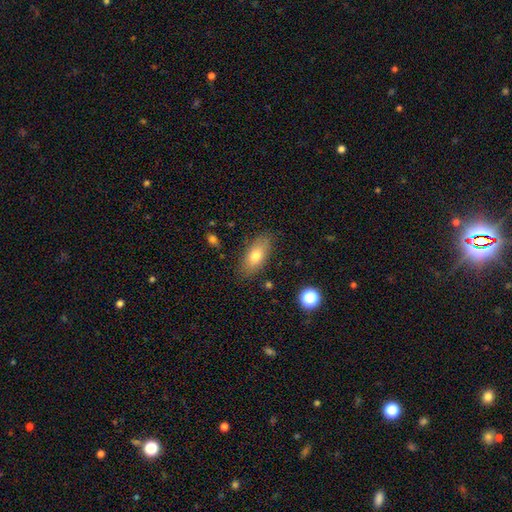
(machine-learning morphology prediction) smooth_or_featured: smooth (p=0.75) [alt: featured or disk p=0.17]
how_rounded: in between (p=0.86) [alt: cigar-shaped p=0.09]
merging: none (p=0.82) [alt: minor disturbance p=0.13]